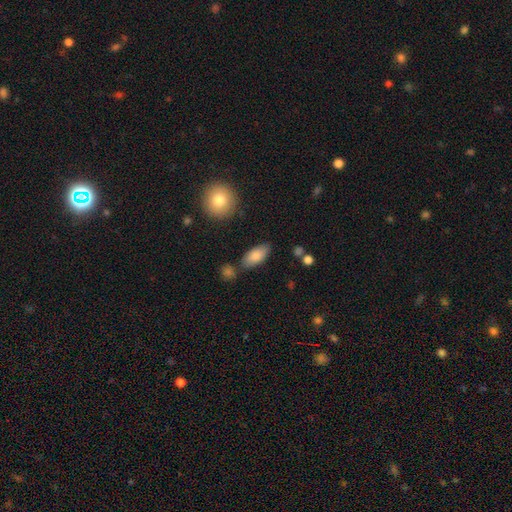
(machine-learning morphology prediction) smooth 81%, featured or disk 12%, star or artifact 7%. Down the decision tree: how rounded — in between (88%); merging — none (77%).